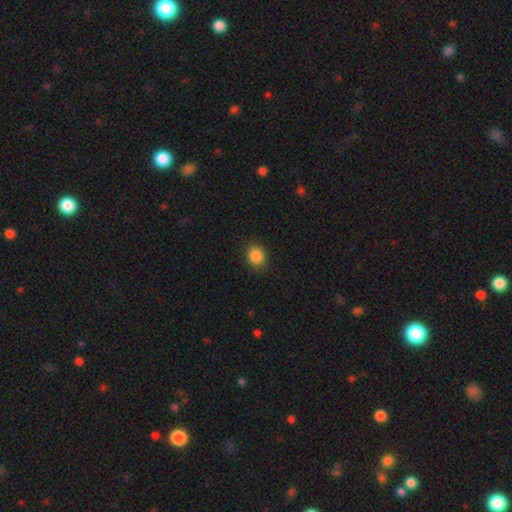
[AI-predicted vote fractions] Smooth or featured?
  - smooth: 87% *
  - star or artifact: 10%
  - featured or disk: 3%
How rounded?
  - round: 61% *
  - in between: 38%
  - cigar-shaped: 1%
Merging?
  - none: 87% *
  - minor disturbance: 9%
  - major disturbance: 3%
  - merger: 1%